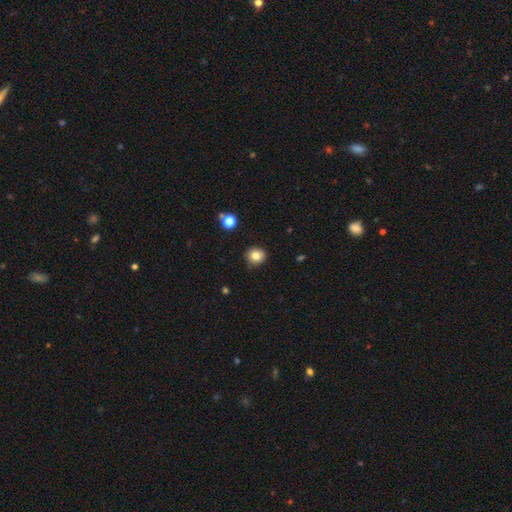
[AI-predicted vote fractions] Overall: smooth (81%). How rounded: round (88%). Merging: none (87%).